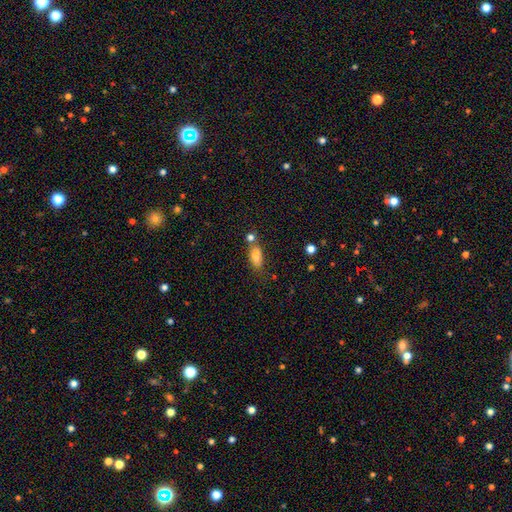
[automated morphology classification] A smooth galaxy with no disk features (81%) that is in between round and cigar-shaped (81%). Merging: none (57%).